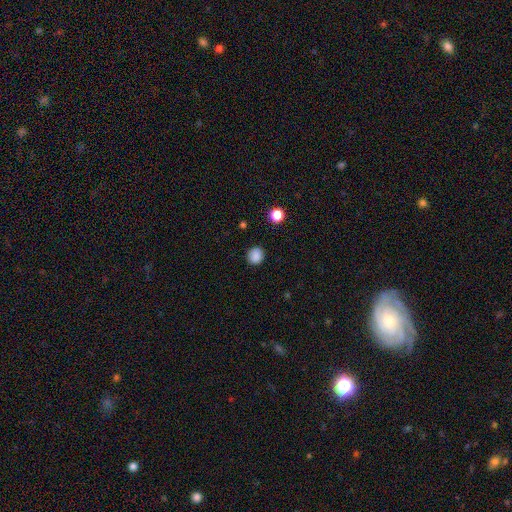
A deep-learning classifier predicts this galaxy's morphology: A smooth galaxy with no disk features (86%) that is round (84%). Merging: none (88%).